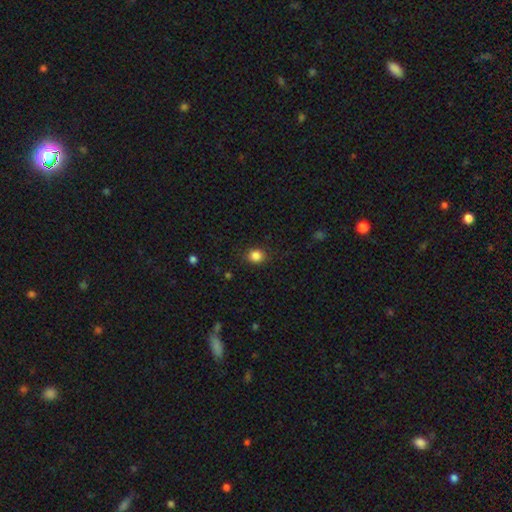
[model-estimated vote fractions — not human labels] smooth-or-featured: smooth: 85% | star or artifact: 11% | featured or disk: 4%
  how-rounded: round: 77% | in between: 22% | cigar-shaped: 1%
  merging: none: 87% | minor disturbance: 9% | major disturbance: 3% | merger: 1%